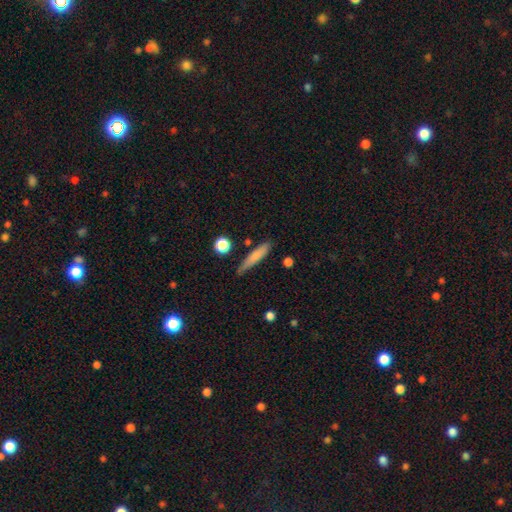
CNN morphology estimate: type=smooth (75%); roundness=cigar-shaped (87%); merging=none (74%).